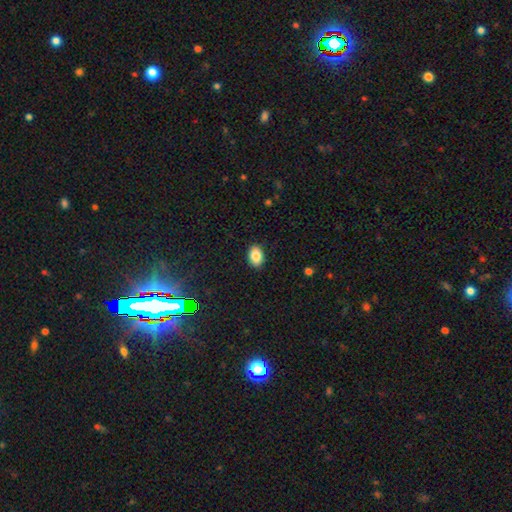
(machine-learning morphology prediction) This appears to be a smooth galaxy with no disk features (85%) that is in between round and cigar-shaped (84%). Merging: none (89%).